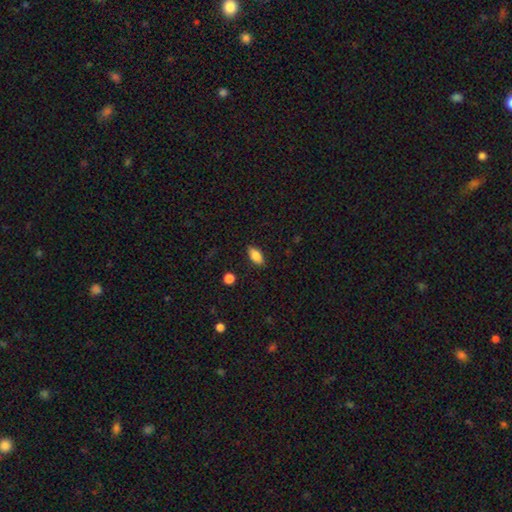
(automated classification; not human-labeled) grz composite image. It shows a smooth galaxy with no disk features (82%) that is in between round and cigar-shaped (88%). Merging: none (86%).